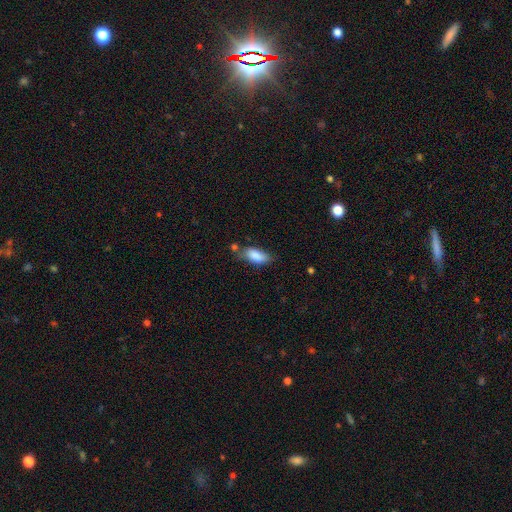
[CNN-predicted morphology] Smooth or featured? smooth (85%)
How rounded? in between (85%)
Merging? none (56%)